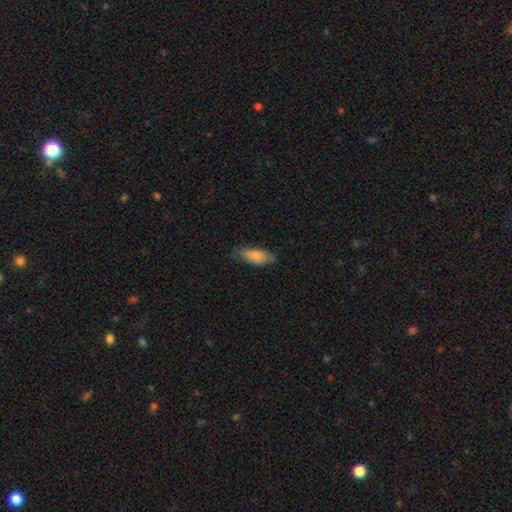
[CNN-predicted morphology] Smooth or featured?
  - smooth: 82% *
  - featured or disk: 12%
  - star or artifact: 6%
How rounded?
  - in between: 75% *
  - cigar-shaped: 23%
  - round: 2%
Merging?
  - none: 69% *
  - minor disturbance: 25%
  - major disturbance: 5%
  - merger: 1%